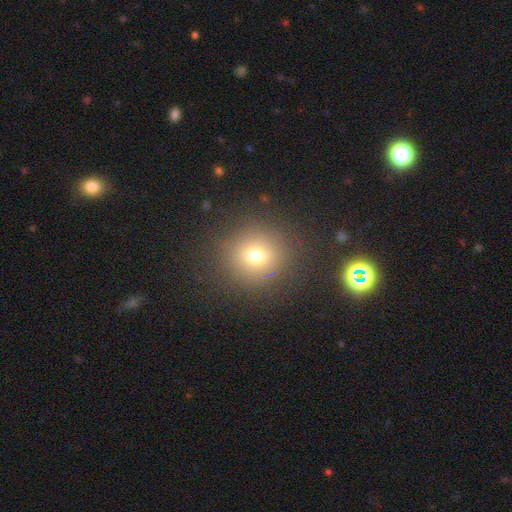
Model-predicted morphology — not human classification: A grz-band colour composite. It shows a smooth galaxy with no disk features (70%) that is round (90%). Merging: none (86%).